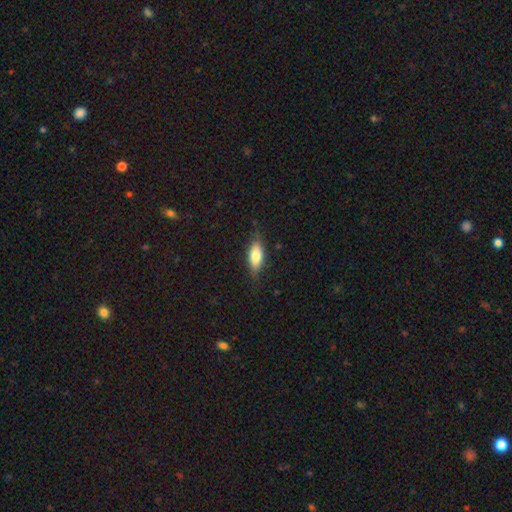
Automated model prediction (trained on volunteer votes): Smooth or featured? smooth (76%)
How rounded? in between (77%)
Merging? none (78%)